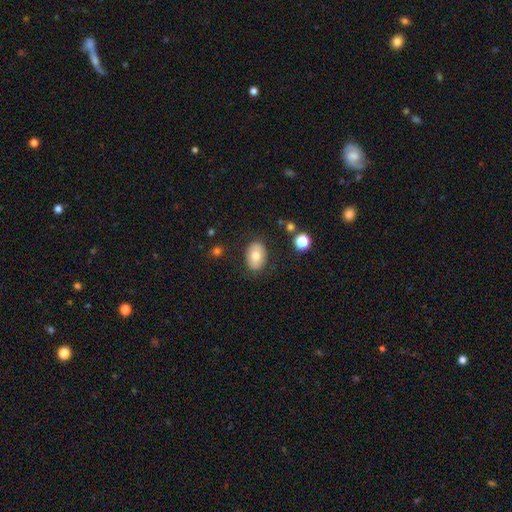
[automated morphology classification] Q: Smooth or featured?
A: smooth (73%); runner-up: featured or disk (19%)
Q: How rounded?
A: in between (82%); runner-up: round (17%)
Q: Merging?
A: none (83%); runner-up: minor disturbance (12%)